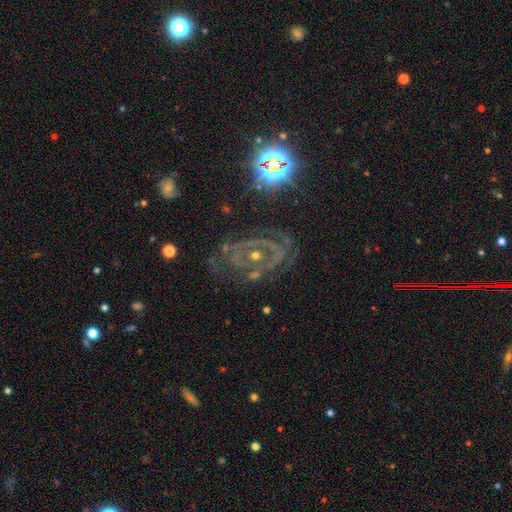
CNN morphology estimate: Smooth or featured?
  - featured or disk: 80% *
  - star or artifact: 13%
  - smooth: 7%
Edge-on disk?
  - no: 96% *
  - yes: 4%
Bar?
  - no: 62% *
  - weak: 26%
  - strong: 12%
Spiral arms?
  - yes: 79% *
  - no: 21%
Spiral winding?
  - tight: 54% *
  - medium: 35%
  - loose: 12%
Spiral arm count?
  - 2: 42% *
  - can't tell: 30%
  - 3: 10%
  - 1: 9%
  - 4: 5%
  - more than 4: 5%
Bulge size?
  - small: 53% *
  - moderate: 40%
  - none: 3%
  - large: 3%
  - dominant: 1%
Merging?
  - none: 58% *
  - minor disturbance: 19%
  - major disturbance: 19%
  - merger: 4%